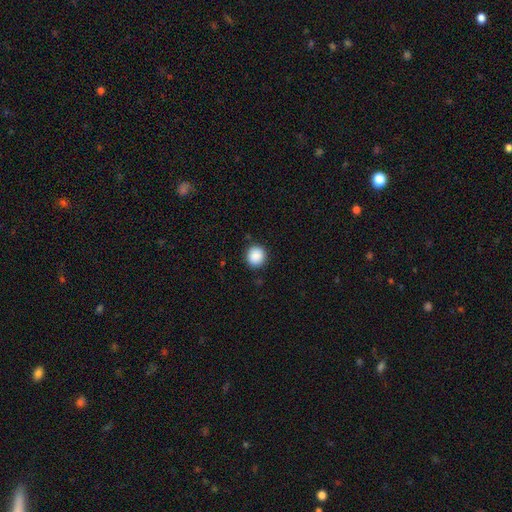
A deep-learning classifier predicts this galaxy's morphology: A smooth galaxy with no disk features (89%) that is round (91%). Merging: none (90%).